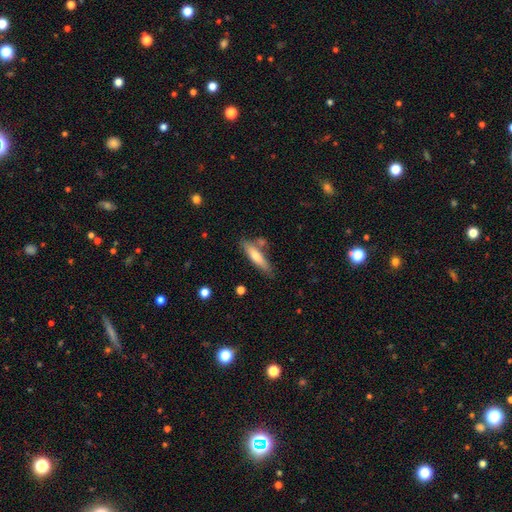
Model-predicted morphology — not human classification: This appears to be a smooth galaxy with no disk features (63%) that is cigar-shaped (77%). Merging: none (71%).